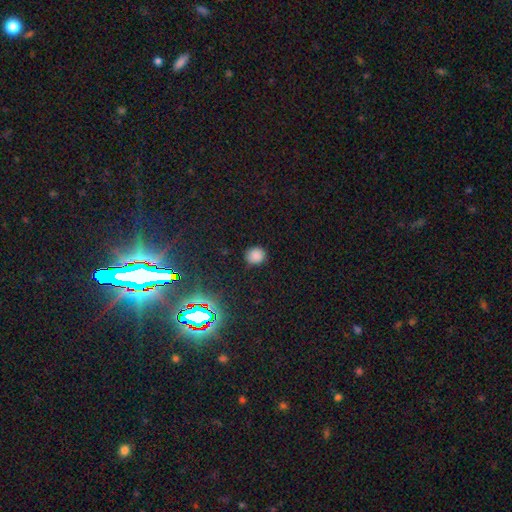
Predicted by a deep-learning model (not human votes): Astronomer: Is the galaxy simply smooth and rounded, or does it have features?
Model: smooth — 81%.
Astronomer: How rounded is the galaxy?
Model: round — 80%.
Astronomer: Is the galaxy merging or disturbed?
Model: none — 86%.